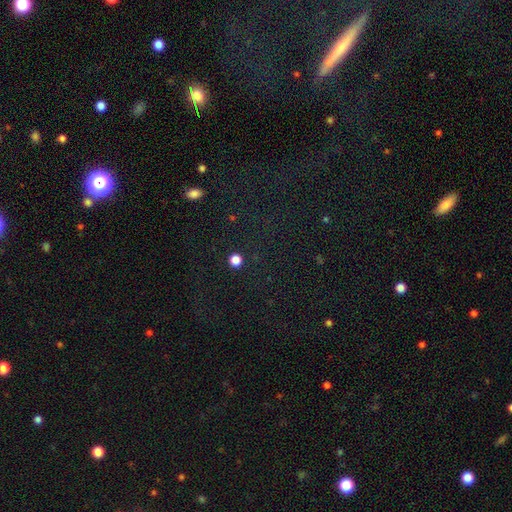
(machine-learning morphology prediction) This is likely a star or artifact rather than a galaxy (64%).